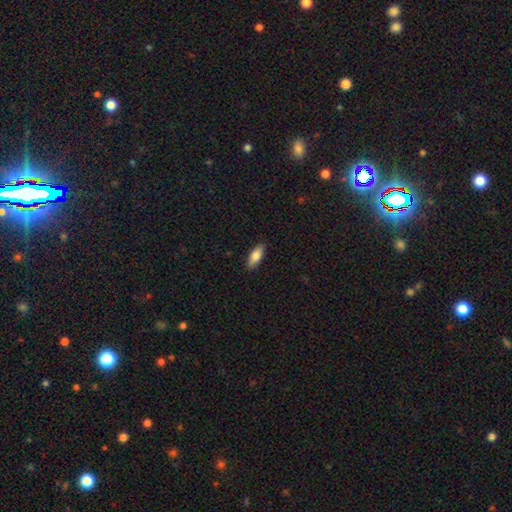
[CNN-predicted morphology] Smooth or featured?
  - smooth: 81% *
  - featured or disk: 13%
  - star or artifact: 6%
How rounded?
  - in between: 72% *
  - cigar-shaped: 25%
  - round: 2%
Merging?
  - none: 87% *
  - minor disturbance: 10%
  - major disturbance: 2%
  - merger: 1%